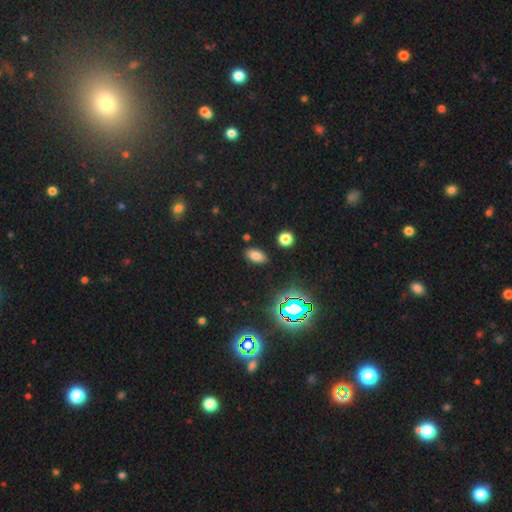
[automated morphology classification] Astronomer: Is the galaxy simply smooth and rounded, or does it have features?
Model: smooth — 72%.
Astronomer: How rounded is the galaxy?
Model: in between — 90%.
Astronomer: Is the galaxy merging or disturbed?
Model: none — 87%.